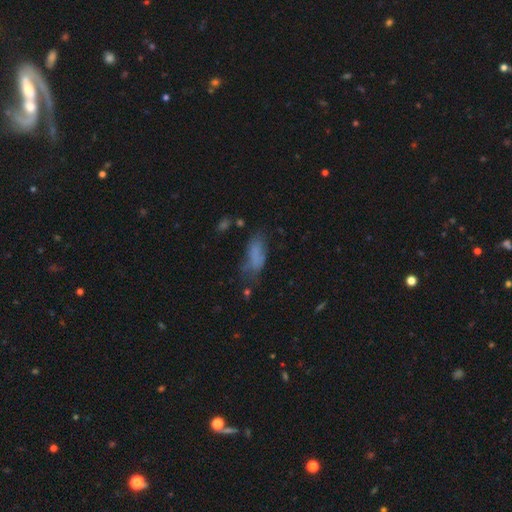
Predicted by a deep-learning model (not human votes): This appears to be a smooth galaxy with no disk features (68%) that is in between round and cigar-shaped (70%). Merging: none (43%).